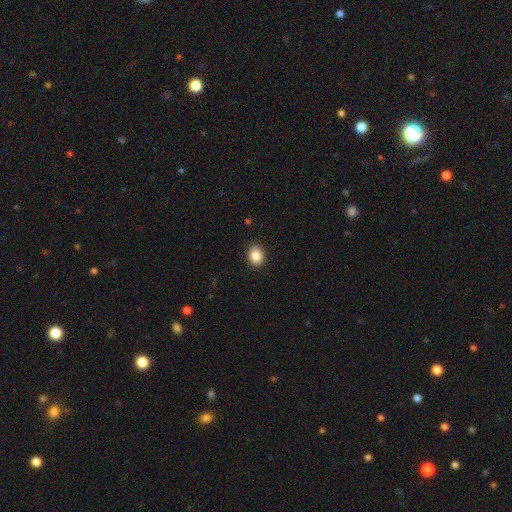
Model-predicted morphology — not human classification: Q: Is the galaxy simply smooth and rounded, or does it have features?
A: smooth — 87%.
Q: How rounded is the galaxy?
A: in between — 53%.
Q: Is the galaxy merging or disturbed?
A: none — 90%.